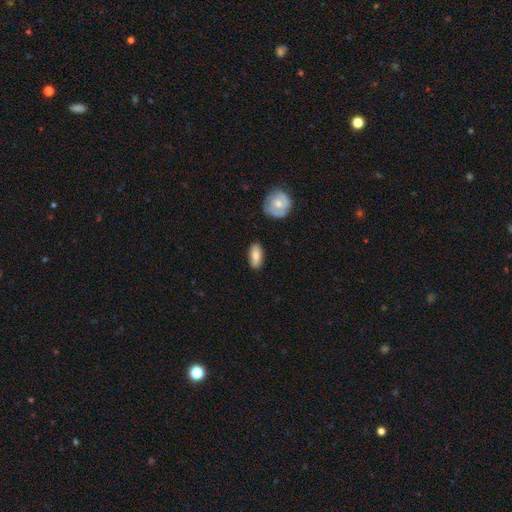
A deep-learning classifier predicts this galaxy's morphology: This appears to be a smooth galaxy with no disk features (77%) that is in between round and cigar-shaped (81%). Merging: none (85%).